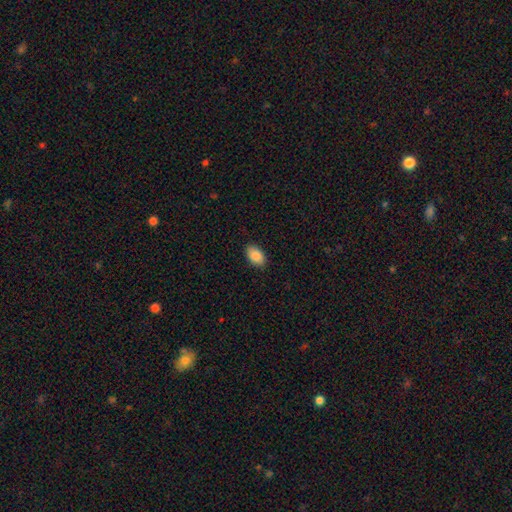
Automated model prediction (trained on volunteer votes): Q: Smooth or featured?
A: smooth (89%); runner-up: star or artifact (7%)
Q: How rounded?
A: in between (92%); runner-up: round (7%)
Q: Merging?
A: none (89%); runner-up: minor disturbance (8%)